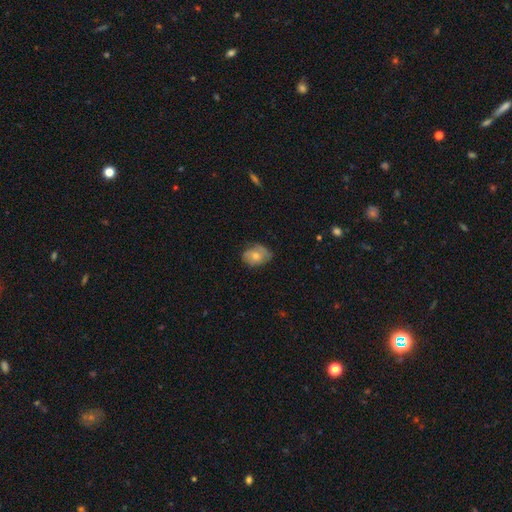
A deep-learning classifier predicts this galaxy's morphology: A smooth galaxy with no disk features (62%) that is in between round and cigar-shaped (69%). Merging: none (56%).